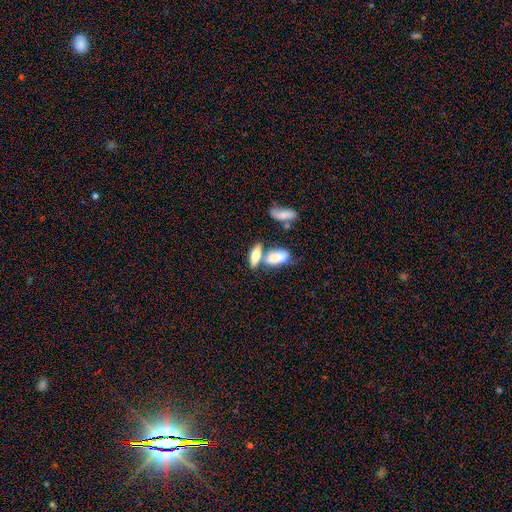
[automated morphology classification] smooth 69%, featured or disk 23%, star or artifact 8%. Down the decision tree: how rounded — in between (67%); merging — merger (42%).